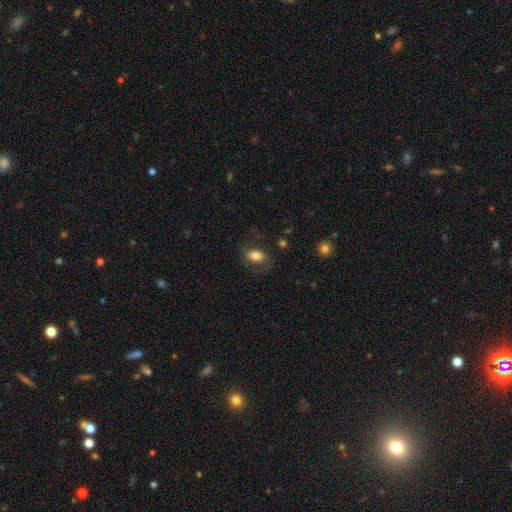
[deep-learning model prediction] smooth-or-featured: smooth: 74% | featured or disk: 18% | star or artifact: 8%
  how-rounded: in between: 84% | round: 14% | cigar-shaped: 2%
  merging: none: 67% | minor disturbance: 18% | major disturbance: 14% | merger: 2%